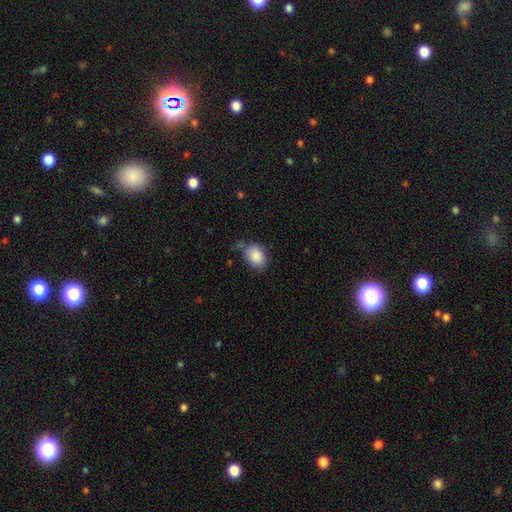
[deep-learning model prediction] A smooth galaxy with no disk features (87%) that is in between round and cigar-shaped (64%). Merging: none (62%).